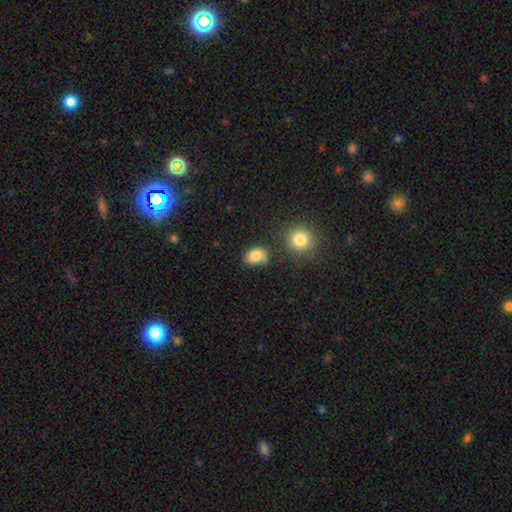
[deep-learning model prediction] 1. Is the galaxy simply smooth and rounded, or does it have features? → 82% smooth, 10% star or artifact, 8% featured or disk.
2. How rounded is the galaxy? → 61% in between, 38% round, 1% cigar-shaped.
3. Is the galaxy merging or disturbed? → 65% none, 22% minor disturbance, 7% merger, 6% major disturbance.